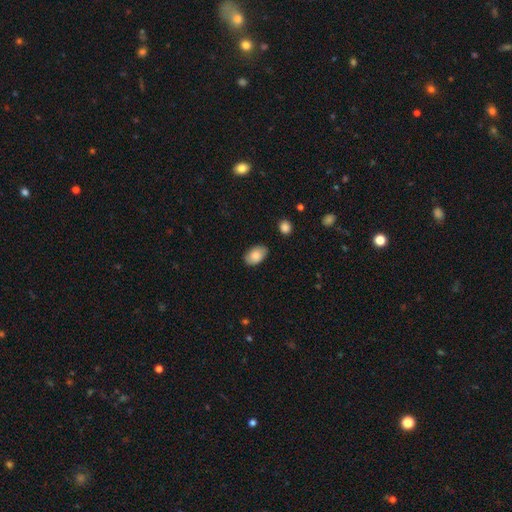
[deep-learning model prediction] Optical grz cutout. It shows a smooth galaxy with no disk features (84%) that is in between round and cigar-shaped (90%). Merging: none (80%).